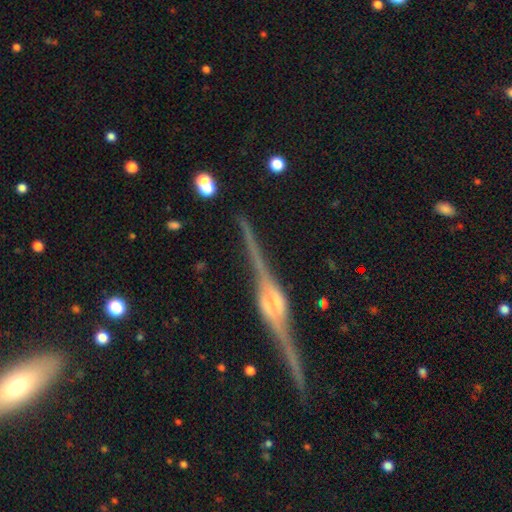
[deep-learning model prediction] The model was most divided on "edge-on bulge": rounded: 62%, boxy: 33%, none: 6%. More confident: edge-on disk — yes (98%); smooth or featured — featured or disk (90%); merging — none (88%).